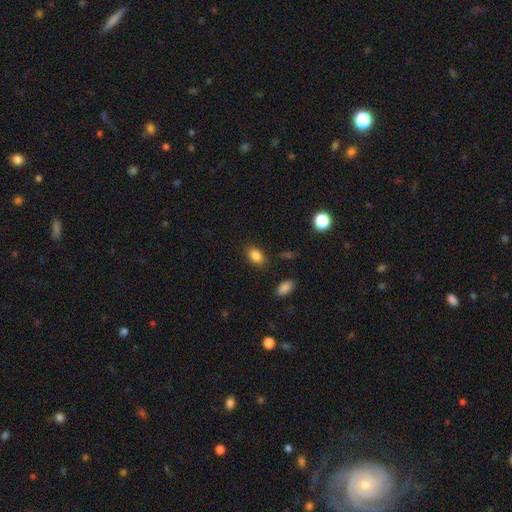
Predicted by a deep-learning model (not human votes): A smooth galaxy with no disk features (85%) that is in between round and cigar-shaped (82%). Merging: none (83%).